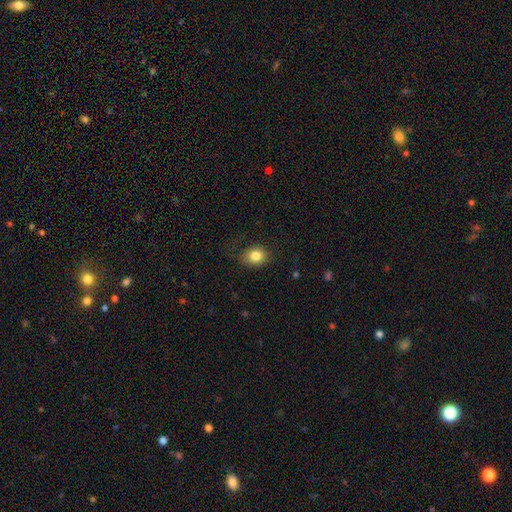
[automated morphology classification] smooth_or_featured: smooth (p=0.83) [alt: star or artifact p=0.10]
how_rounded: round (p=0.55) [alt: in between p=0.44]
merging: none (p=0.80) [alt: minor disturbance p=0.15]